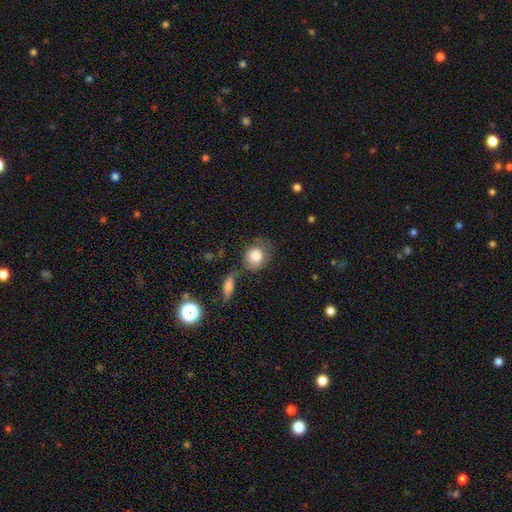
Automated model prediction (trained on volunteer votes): This is clearly a smooth galaxy (82%). How rounded: likely round (75%). Merging: possibly none (54%).